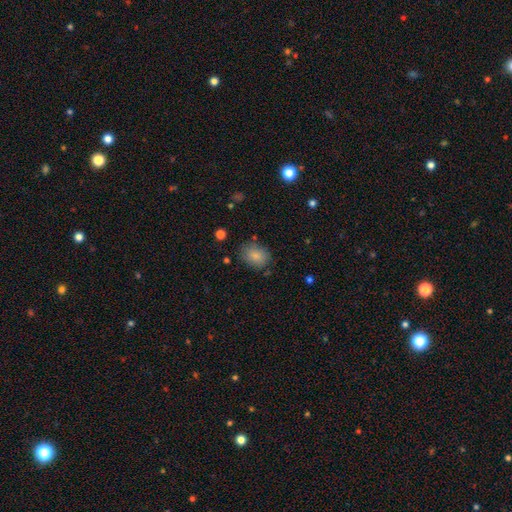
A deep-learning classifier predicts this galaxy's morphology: smooth_or_featured: smooth (p=0.85) [alt: star or artifact p=0.09]
how_rounded: in between (p=0.59) [alt: round p=0.40]
merging: none (p=0.78) [alt: minor disturbance p=0.15]